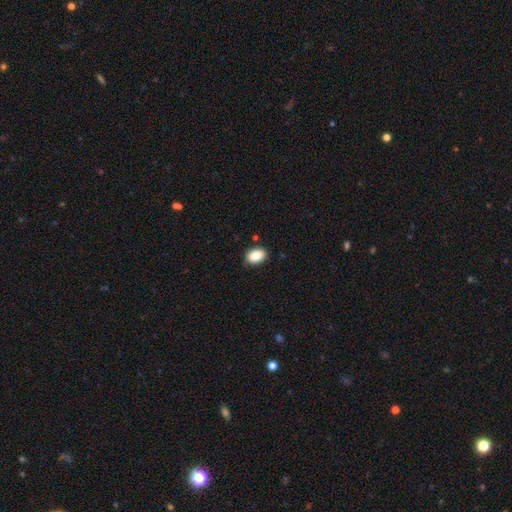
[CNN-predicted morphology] type=smooth (89%); roundness=in between (84%); merging=none (84%).